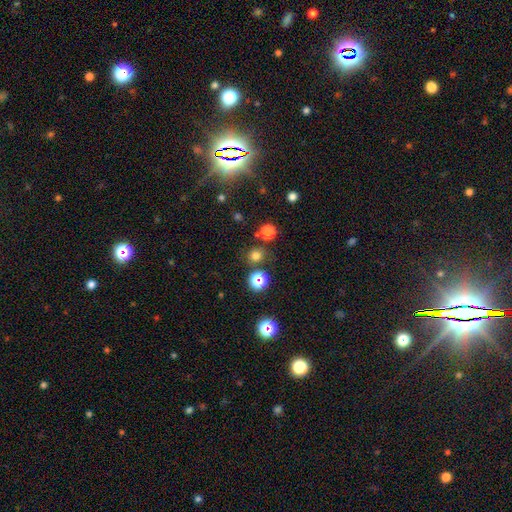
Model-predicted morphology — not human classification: This appears to be a smooth galaxy with no disk features (70%) that is round (88%). Merging: none (79%).